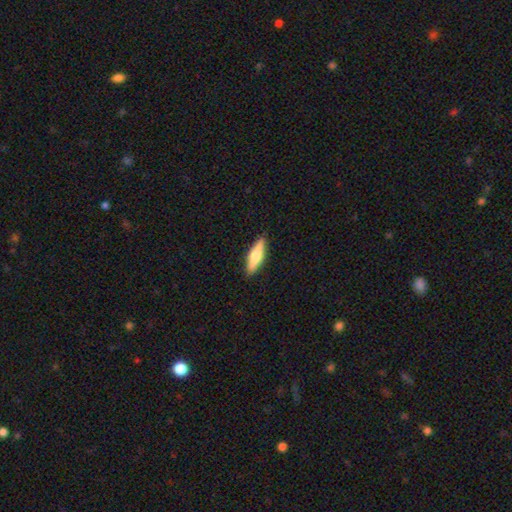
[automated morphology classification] Smooth or featured? smooth (57%)
How rounded? cigar-shaped (66%)
Merging? none (90%)